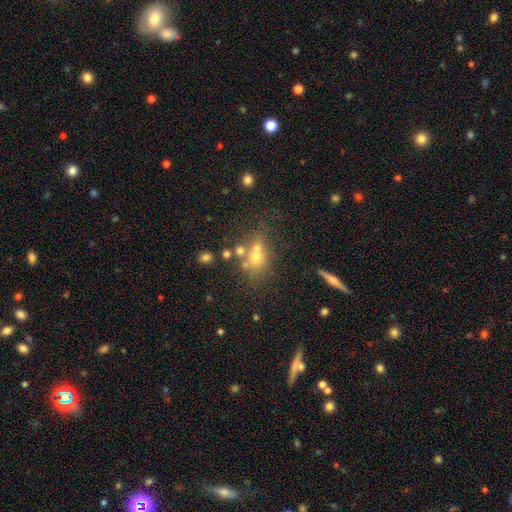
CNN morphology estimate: A smooth galaxy with no disk features (52%) that is in between round and cigar-shaped (53%).

Vote fractions:
- Smooth or featured? smooth: 52% / featured or disk: 25% / star or artifact: 23%
- How rounded? in between: 53% / round: 42% / cigar-shaped: 5%
- Merging? none: 46% / merger: 32% / minor disturbance: 14% / major disturbance: 9%